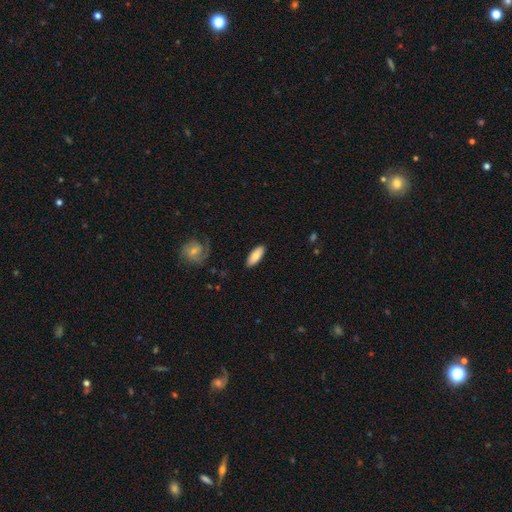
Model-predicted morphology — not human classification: type=smooth (80%); roundness=in between (72%); merging=none (87%).